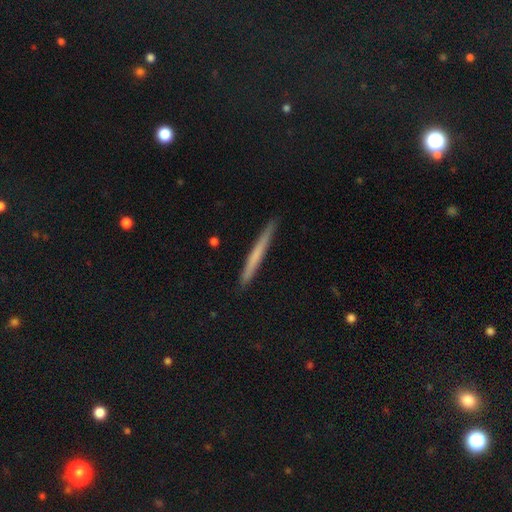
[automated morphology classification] Smooth or featured?
  - smooth: 58% *
  - featured or disk: 36%
  - star or artifact: 5%
How rounded?
  - cigar-shaped: 97% *
  - in between: 2%
  - round: 1%
Merging?
  - none: 90% *
  - minor disturbance: 7%
  - major disturbance: 1%
  - merger: 1%